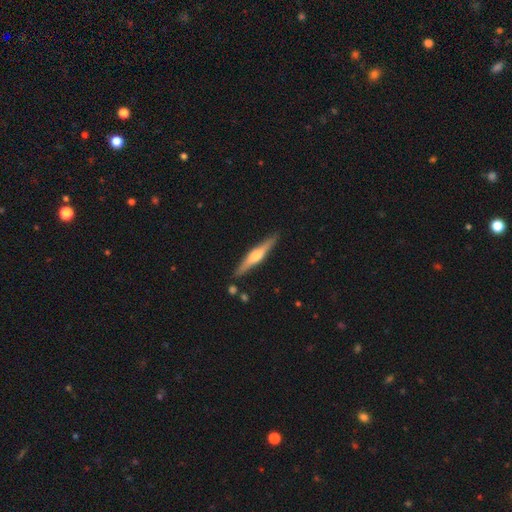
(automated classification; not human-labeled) Overall: featured or disk (65%; smooth 30%). Edge-on disk: yes (97%). Edge-on bulge: rounded (86%). Merging: none (87%).